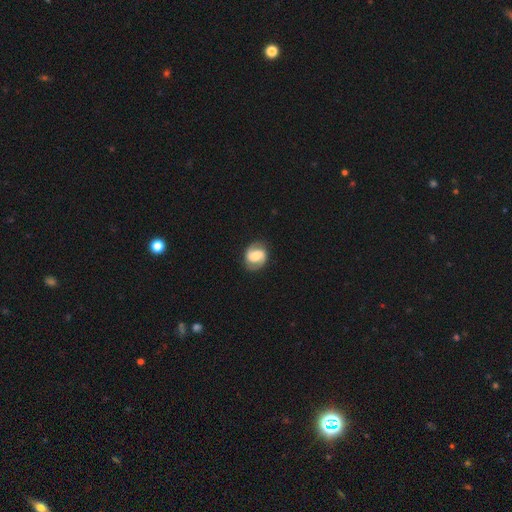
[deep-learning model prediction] This is likely a featured or disk galaxy (76%). It is clearly not viewed edge-on (98%). Bar: possibly weak (46%). Spiral arm pattern: clearly yes (95%). Spiral arm count: clearly 2 (92%). Spiral winding: possibly medium (47%). Central bulge: possibly moderate (51%). Merging: clearly none (85%).